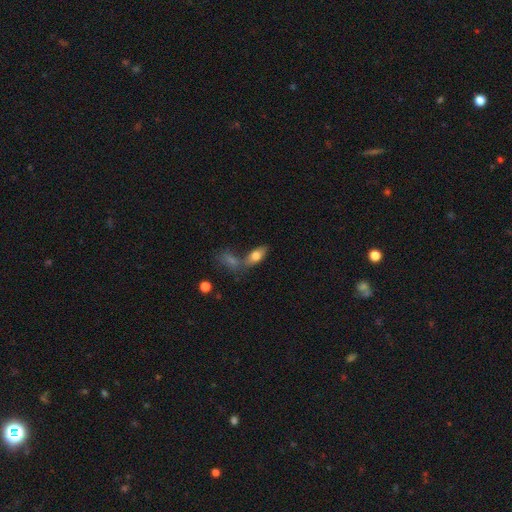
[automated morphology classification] type=smooth (74%); roundness=in between (82%); merging=none (45%).